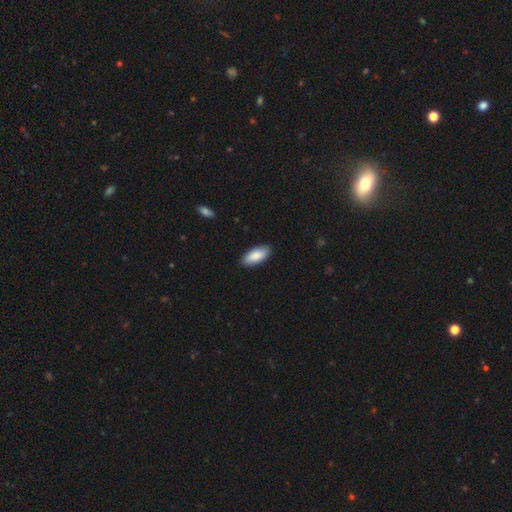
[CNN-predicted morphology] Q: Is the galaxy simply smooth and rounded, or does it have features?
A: smooth — 87%.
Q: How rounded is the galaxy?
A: in between — 87%.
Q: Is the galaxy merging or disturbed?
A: none — 89%.